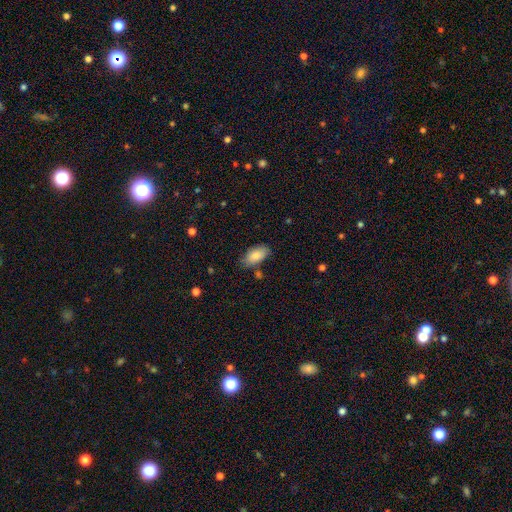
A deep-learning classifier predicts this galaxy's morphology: smooth 86%, featured or disk 8%, star or artifact 6%. Down the decision tree: how rounded — in between (94%); merging — none (76%).